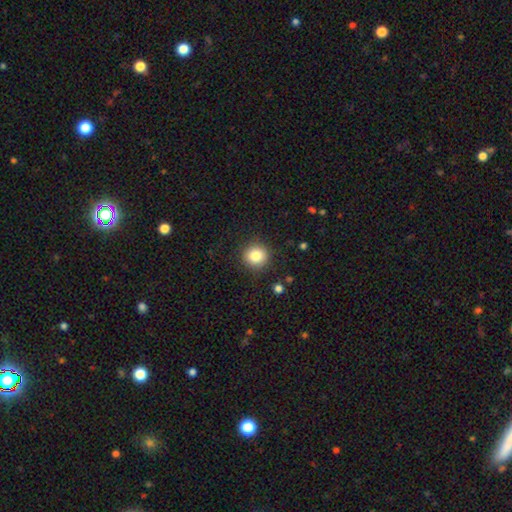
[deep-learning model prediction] smooth_or_featured: smooth (p=0.83) [alt: star or artifact p=0.10]
how_rounded: round (p=0.93) [alt: in between p=0.06]
merging: none (p=0.90) [alt: minor disturbance p=0.06]